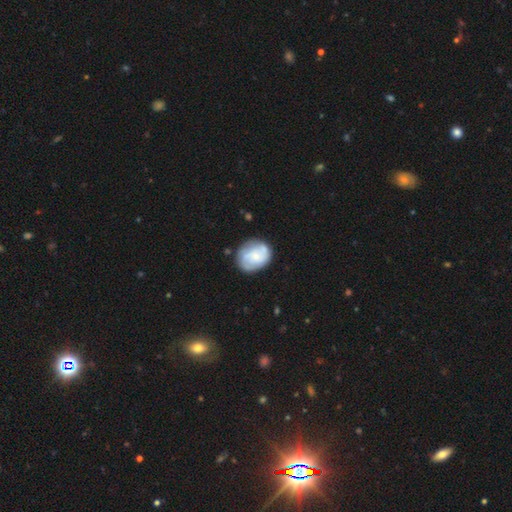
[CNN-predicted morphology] smooth_or_featured: featured or disk (p=0.50) [alt: smooth p=0.43]
disk_edge_on: no (p=0.98) [alt: yes p=0.02]
merging: none (p=0.69) [alt: minor disturbance p=0.21]